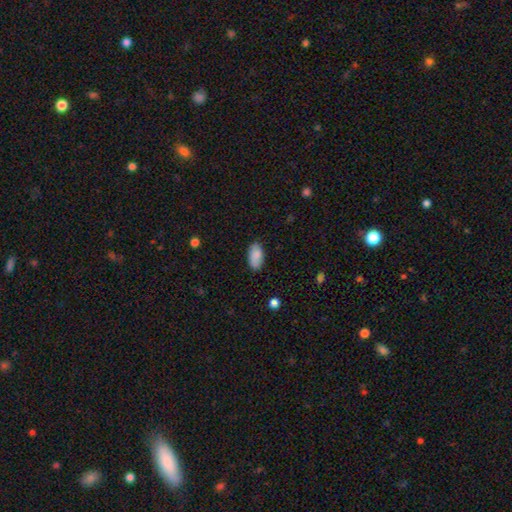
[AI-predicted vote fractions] Smooth or featured: smooth — 87% (star or artifact — 7%)
How rounded: in between — 94% (cigar-shaped — 3%)
Merging: none — 83% (minor disturbance — 13%)